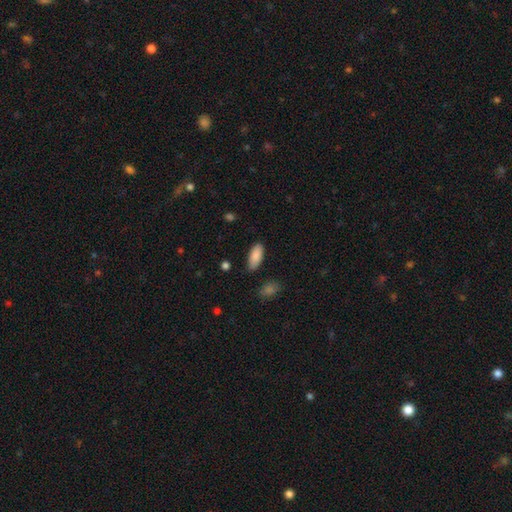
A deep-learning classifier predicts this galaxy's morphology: Smooth or featured? smooth (88%)
How rounded? in between (86%)
Merging? none (81%)